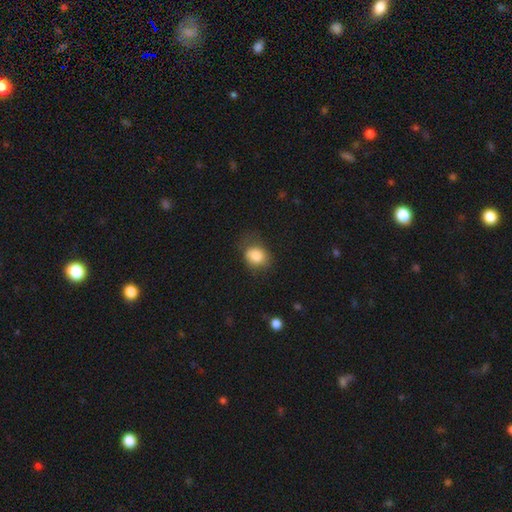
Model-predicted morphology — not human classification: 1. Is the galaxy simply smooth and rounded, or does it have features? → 84% smooth, 8% star or artifact, 7% featured or disk.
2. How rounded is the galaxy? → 52% in between, 47% round, 1% cigar-shaped.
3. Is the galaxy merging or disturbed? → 55% none, 30% minor disturbance, 14% major disturbance, 2% merger.